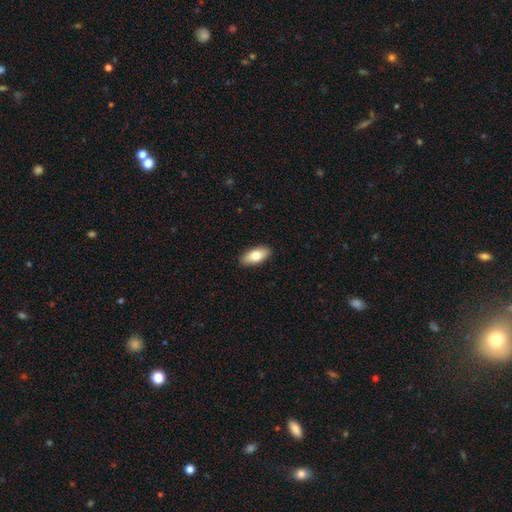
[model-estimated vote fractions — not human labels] Q: Smooth or featured?
A: smooth (77%); runner-up: featured or disk (17%)
Q: How rounded?
A: in between (88%); runner-up: cigar-shaped (9%)
Q: Merging?
A: none (90%); runner-up: minor disturbance (7%)